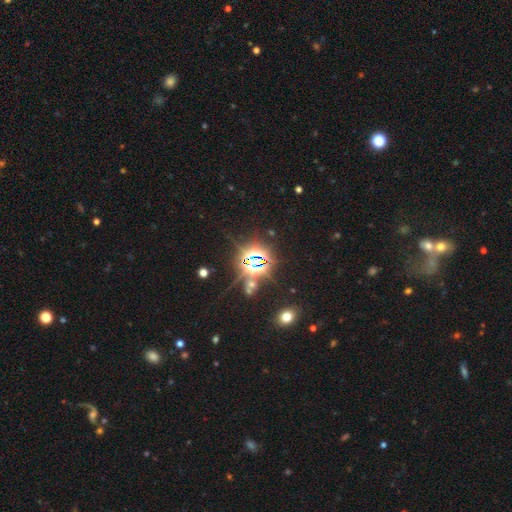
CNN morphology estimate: A star or artifact, not a galaxy (83%).